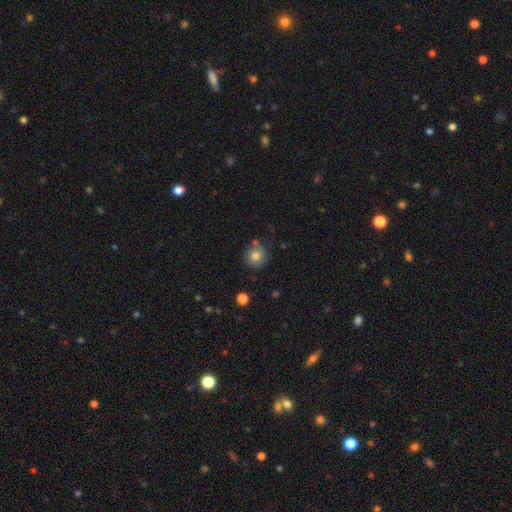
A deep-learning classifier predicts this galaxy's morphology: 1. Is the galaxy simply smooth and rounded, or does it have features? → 81% smooth, 10% star or artifact, 9% featured or disk.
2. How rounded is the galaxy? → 89% round, 10% in between, 1% cigar-shaped.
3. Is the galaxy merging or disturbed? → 76% none, 13% minor disturbance, 7% merger, 4% major disturbance.